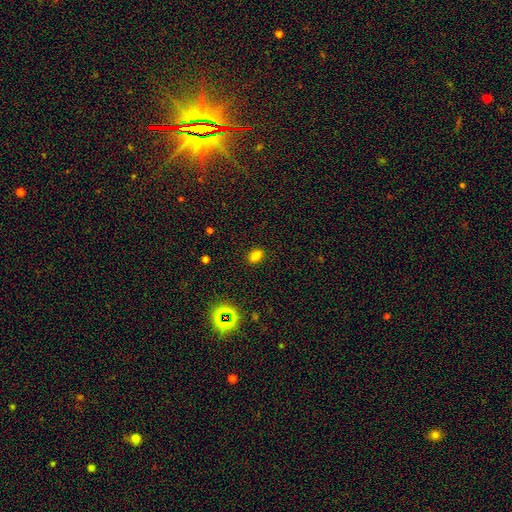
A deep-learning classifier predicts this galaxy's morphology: type=smooth (79%); roundness=in between (81%); merging=none (87%).